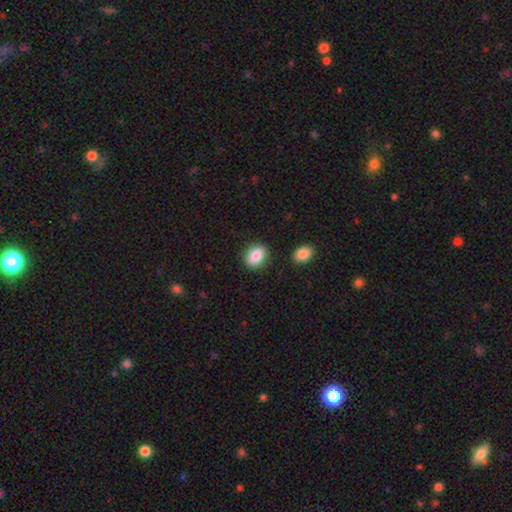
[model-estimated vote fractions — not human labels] Morphology: type=smooth (85%); roundness=in between (55%); merging=none (85%).